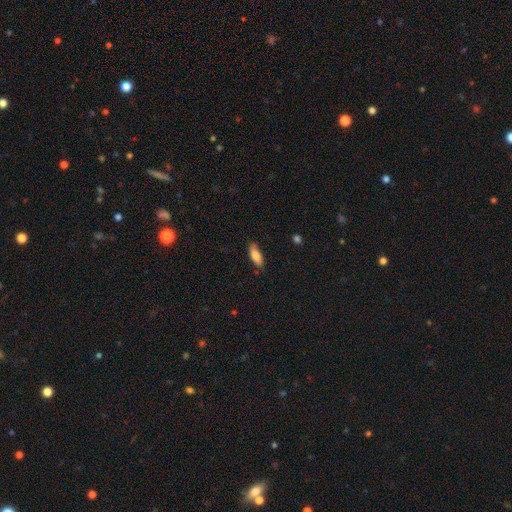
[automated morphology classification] Smooth or featured? smooth (80%)
How rounded? in between (66%)
Merging? none (78%)